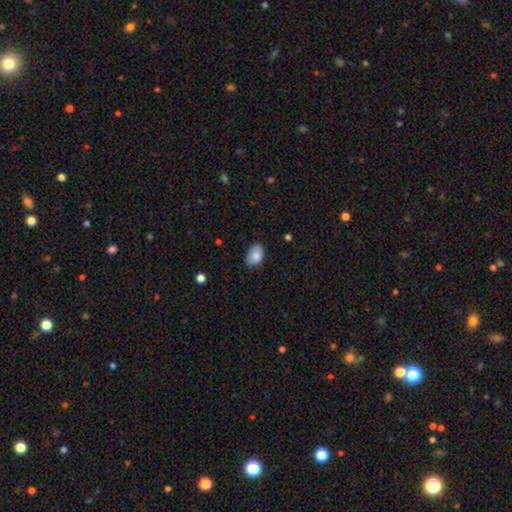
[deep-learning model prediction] This is clearly a smooth galaxy (84%). How rounded: clearly in between (88%). Merging: likely none (70%).